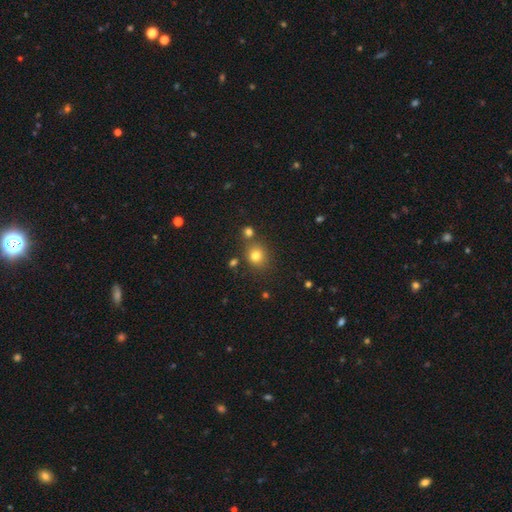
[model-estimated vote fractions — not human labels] Q: Smooth or featured?
A: smooth (78%); runner-up: star or artifact (15%)
Q: How rounded?
A: round (82%); runner-up: in between (17%)
Q: Merging?
A: none (75%); runner-up: merger (12%)